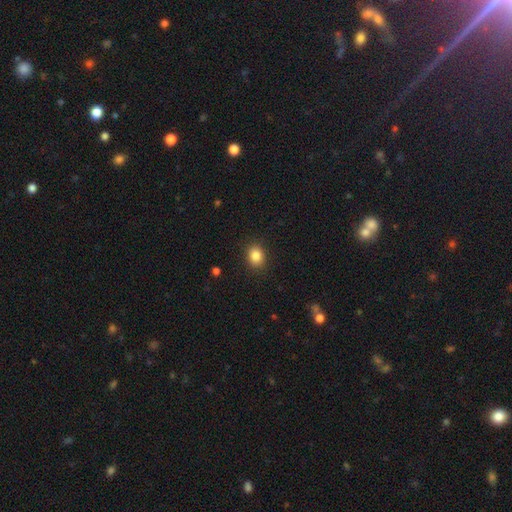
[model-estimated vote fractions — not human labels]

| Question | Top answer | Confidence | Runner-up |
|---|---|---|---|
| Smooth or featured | smooth | 85% | star or artifact (10%) |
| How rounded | round | 52% | in between (47%) |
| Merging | none | 88% | minor disturbance (8%) |